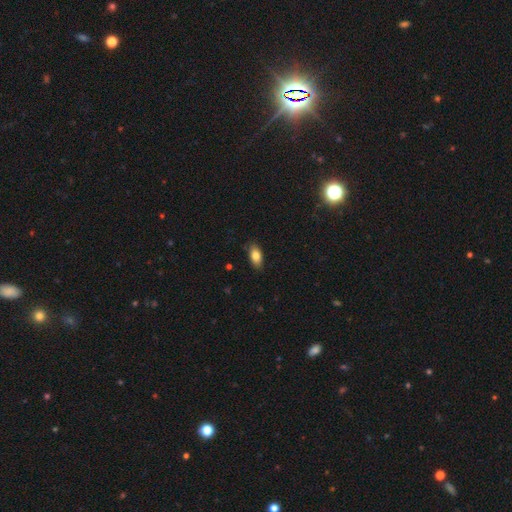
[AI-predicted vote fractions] smooth-or-featured: smooth: 82% | featured or disk: 10% | star or artifact: 7%
  how-rounded: in between: 91% | cigar-shaped: 5% | round: 4%
  merging: none: 85% | minor disturbance: 12% | major disturbance: 2% | merger: 1%